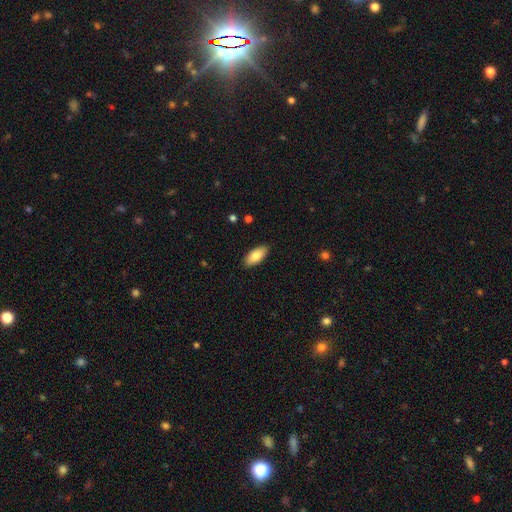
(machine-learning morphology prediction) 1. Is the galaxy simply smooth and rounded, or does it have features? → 82% smooth, 12% featured or disk, 6% star or artifact.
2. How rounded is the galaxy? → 88% in between, 10% cigar-shaped, 2% round.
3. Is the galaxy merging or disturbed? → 89% none, 8% minor disturbance, 2% major disturbance, 1% merger.